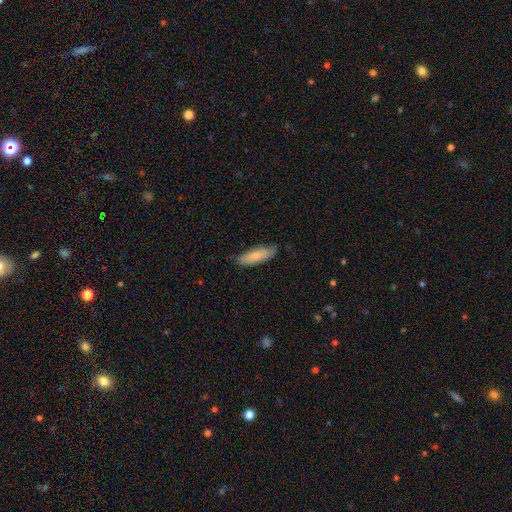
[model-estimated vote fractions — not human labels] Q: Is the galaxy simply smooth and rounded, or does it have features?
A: smooth — 78%.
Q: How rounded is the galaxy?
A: in between — 54%.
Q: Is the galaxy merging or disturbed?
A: none — 75%.